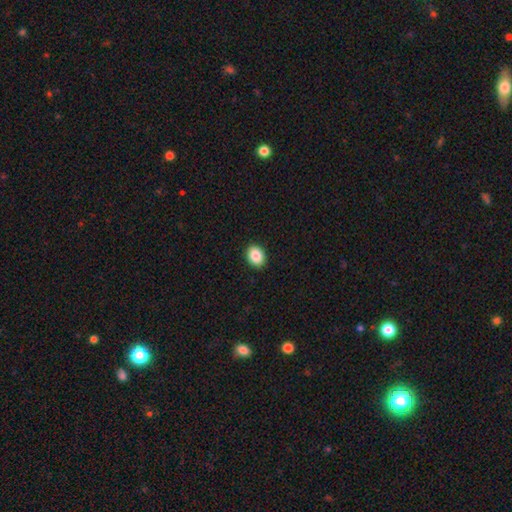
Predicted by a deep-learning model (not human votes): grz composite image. It shows a smooth galaxy with no disk features (87%) that is in between round and cigar-shaped (64%). Merging: none (91%).